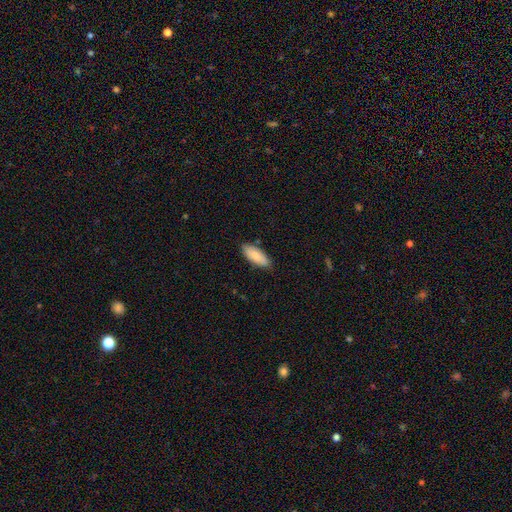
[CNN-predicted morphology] This is clearly a smooth galaxy (85%). How rounded: likely in between (77%). Merging: clearly none (85%).